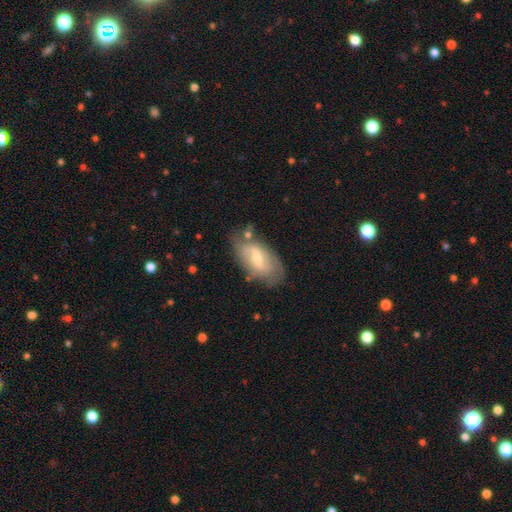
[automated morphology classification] The model was most divided on "smooth or featured": featured or disk: 52%, smooth: 41%, star or artifact: 7%. More confident: edge-on disk — no (90%); merging — none (65%).